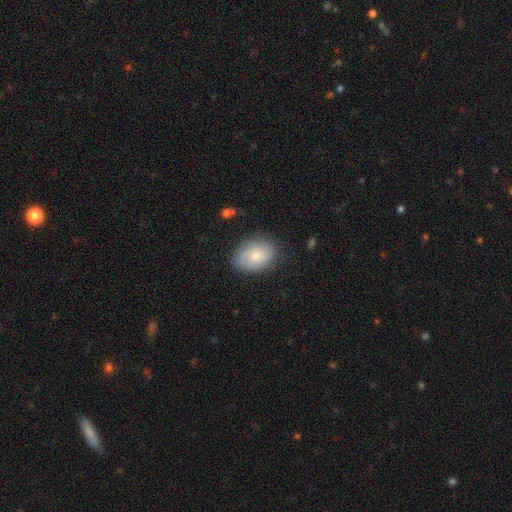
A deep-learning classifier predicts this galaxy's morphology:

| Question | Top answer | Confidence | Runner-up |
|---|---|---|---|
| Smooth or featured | smooth | 70% | featured or disk (23%) |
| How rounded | in between | 73% | round (26%) |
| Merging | none | 73% | minor disturbance (20%) |